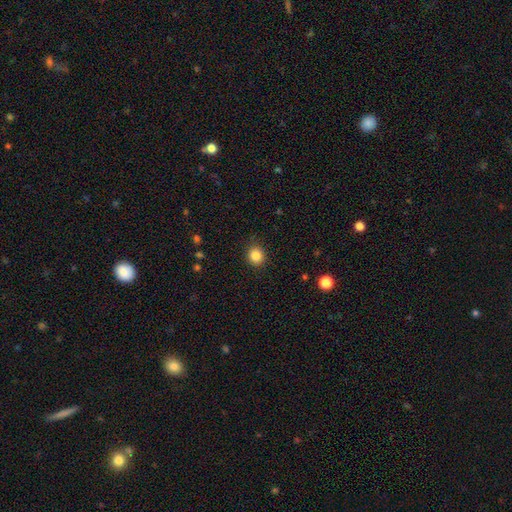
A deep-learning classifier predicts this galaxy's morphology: smooth-or-featured: smooth: 85% | star or artifact: 11% | featured or disk: 5%
  how-rounded: round: 85% | in between: 14% | cigar-shaped: 1%
  merging: none: 89% | minor disturbance: 8% | major disturbance: 2% | merger: 1%